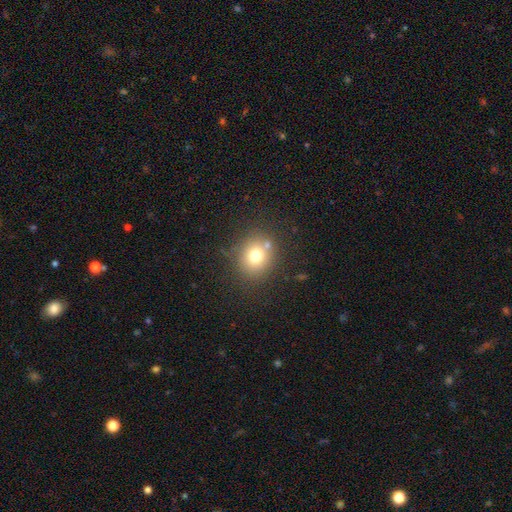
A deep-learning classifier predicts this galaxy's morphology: The model was most divided on "how rounded": round: 74%, in between: 25%, cigar-shaped: 1%. More confident: merging — none (76%); smooth or featured — smooth (72%).